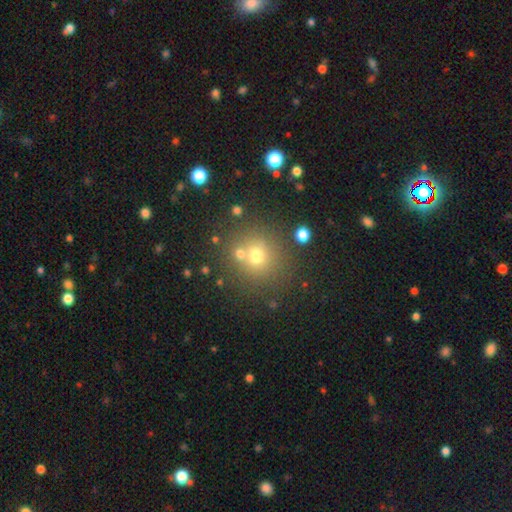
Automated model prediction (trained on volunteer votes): This is likely a smooth galaxy (67%). How rounded: clearly round (91%). Merging: likely none (71%).